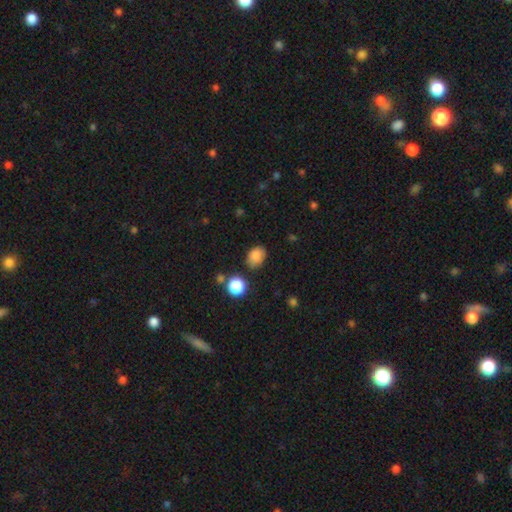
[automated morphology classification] Smooth or featured: smooth — 84% (star or artifact — 11%)
How rounded: in between — 70% (round — 29%)
Merging: none — 78% (minor disturbance — 15%)